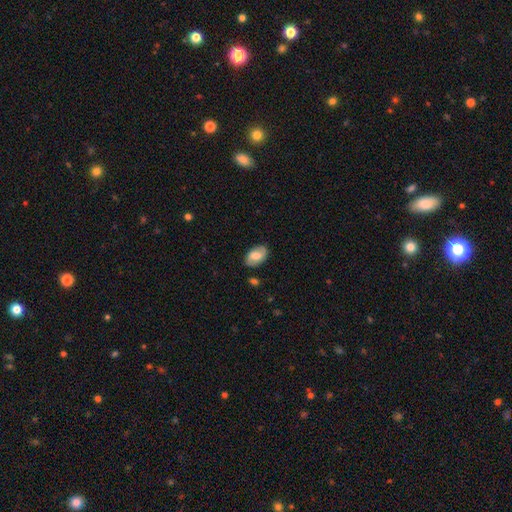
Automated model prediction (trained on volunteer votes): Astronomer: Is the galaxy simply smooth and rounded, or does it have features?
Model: smooth — 58% (runner-up: featured or disk, 35%).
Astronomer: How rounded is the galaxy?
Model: in between — 92%.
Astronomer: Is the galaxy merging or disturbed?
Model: none — 81%.